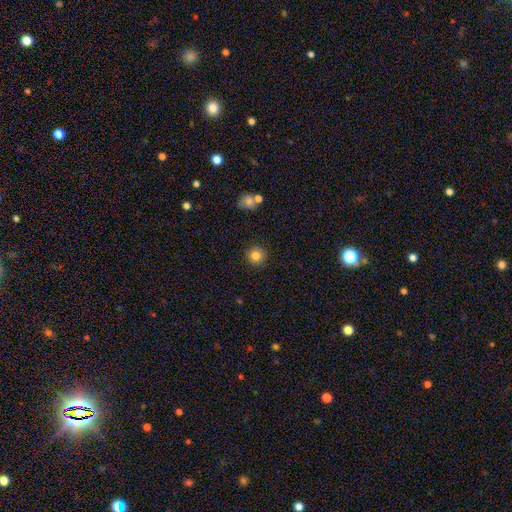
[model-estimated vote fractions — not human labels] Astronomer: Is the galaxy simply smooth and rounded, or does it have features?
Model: smooth — 83%.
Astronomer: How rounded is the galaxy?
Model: round — 94%.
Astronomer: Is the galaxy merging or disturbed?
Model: none — 90%.